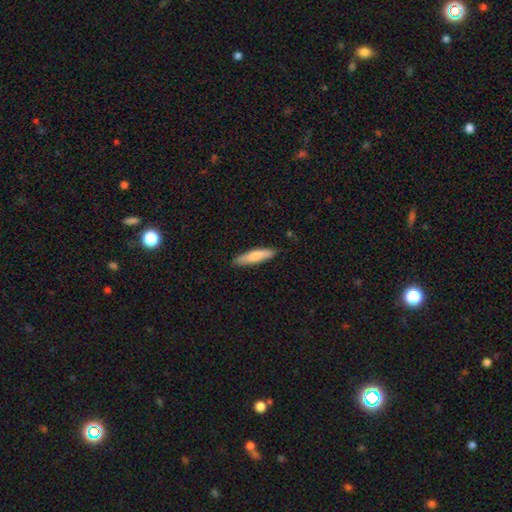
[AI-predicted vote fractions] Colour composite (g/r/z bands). It shows a smooth galaxy with no disk features (77%) that is cigar-shaped (78%). Merging: none (85%).